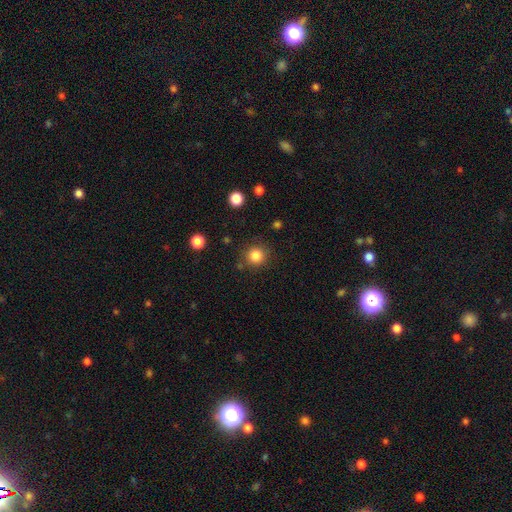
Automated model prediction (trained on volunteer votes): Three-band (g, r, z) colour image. It shows a smooth galaxy with no disk features (84%) that is round (93%). Merging: none (85%).